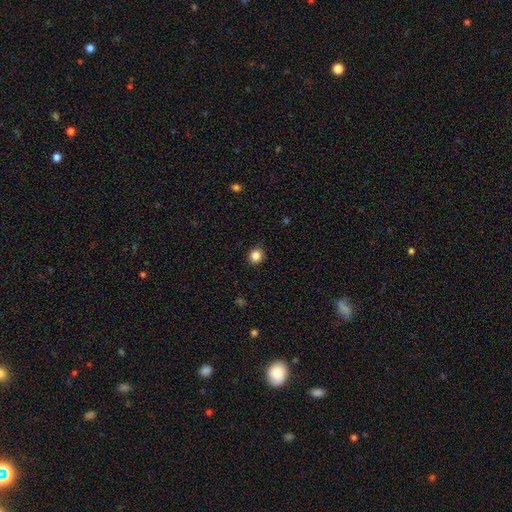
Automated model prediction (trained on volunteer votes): Smooth or featured: smooth — 84% (star or artifact — 11%)
How rounded: round — 77% (in between — 22%)
Merging: none — 90% (minor disturbance — 7%)